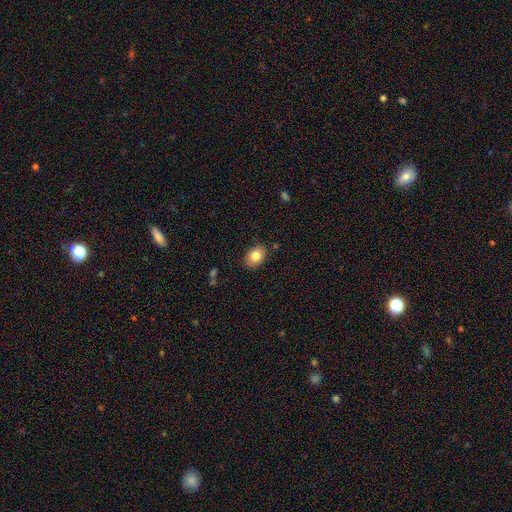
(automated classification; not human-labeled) smooth_or_featured: smooth (p=0.83) [alt: featured or disk p=0.09]
how_rounded: in between (p=0.79) [alt: round p=0.20]
merging: none (p=0.84) [alt: minor disturbance p=0.12]